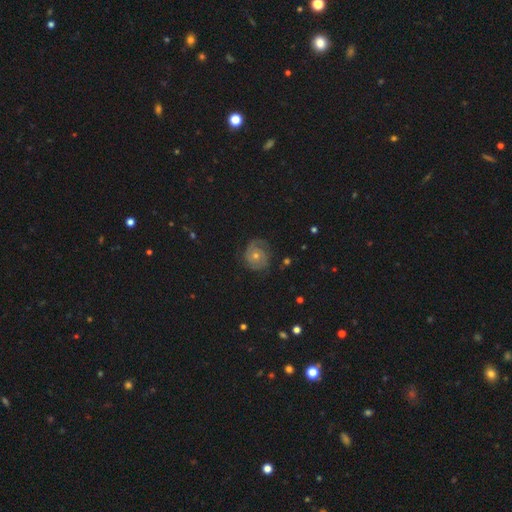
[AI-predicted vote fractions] A featured or disk galaxy (72%) with no bar (80%), 2 (46%) tight (65%) spiral arms (93%) and a small central bulge (50%). Merging: none (76%).